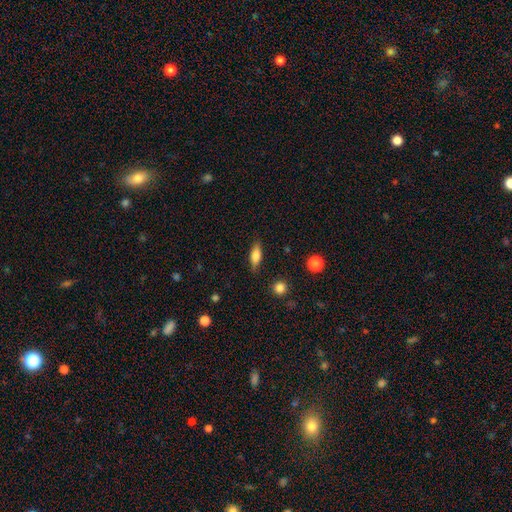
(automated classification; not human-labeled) A smooth galaxy with no disk features (73%) that is in between round and cigar-shaped (67%).

Vote fractions:
- Smooth or featured? smooth: 73% / featured or disk: 19% / star or artifact: 8%
- How rounded? in between: 67% / cigar-shaped: 30% / round: 4%
- Merging? none: 83% / minor disturbance: 13% / major disturbance: 3% / merger: 1%